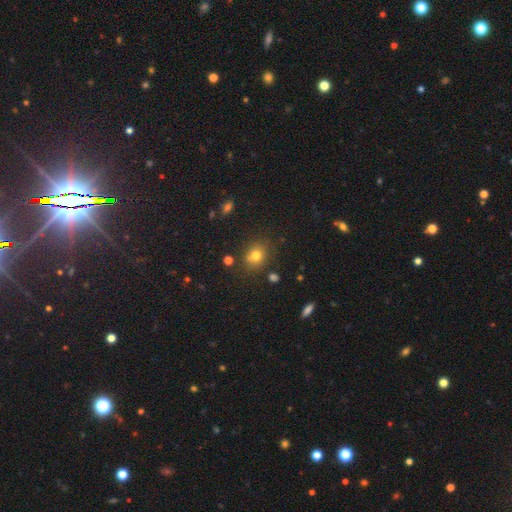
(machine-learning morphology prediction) Smooth or featured? smooth (75%)
How rounded? round (61%)
Merging? none (76%)